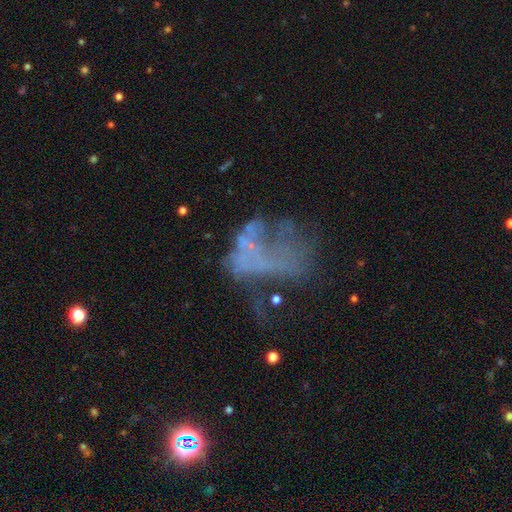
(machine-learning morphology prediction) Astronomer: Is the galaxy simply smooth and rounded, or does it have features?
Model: featured or disk — 51%.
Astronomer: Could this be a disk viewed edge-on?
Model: no — 97%.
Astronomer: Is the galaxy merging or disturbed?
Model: major disturbance — 48% (runner-up: none, 25%).